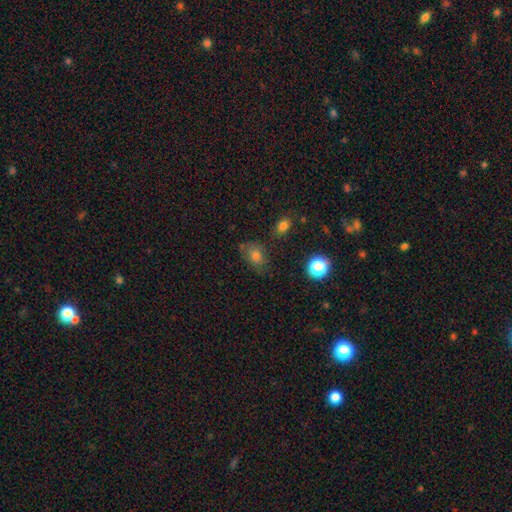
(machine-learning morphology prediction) This appears to be a smooth galaxy with no disk features (72%) that is in between round and cigar-shaped (68%). Merging: none (66%).